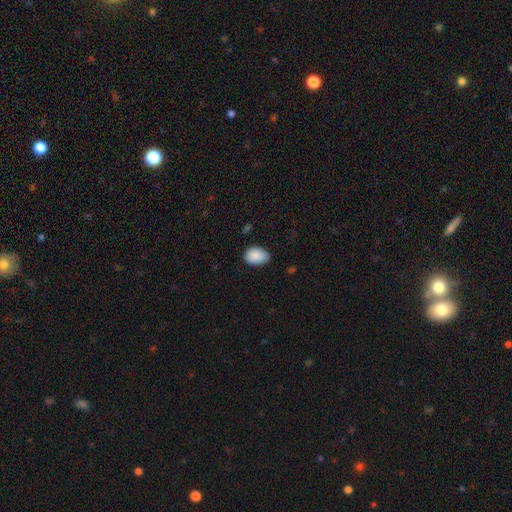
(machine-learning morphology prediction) Q: Smooth or featured?
A: smooth (89%); runner-up: star or artifact (7%)
Q: How rounded?
A: in between (82%); runner-up: round (17%)
Q: Merging?
A: none (75%); runner-up: minor disturbance (21%)